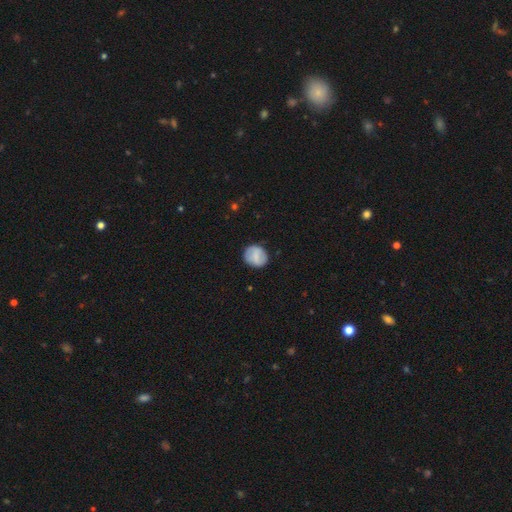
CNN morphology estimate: This appears to be a smooth galaxy with no disk features (69%) that is round (77%). Merging: none (85%).